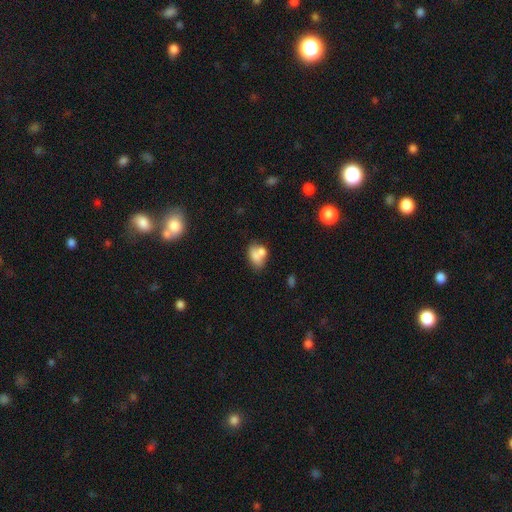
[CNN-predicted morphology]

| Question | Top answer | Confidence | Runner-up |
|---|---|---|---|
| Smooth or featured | smooth | 71% | featured or disk (20%) |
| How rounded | in between | 76% | round (22%) |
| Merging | merger | 45% | none (33%) |